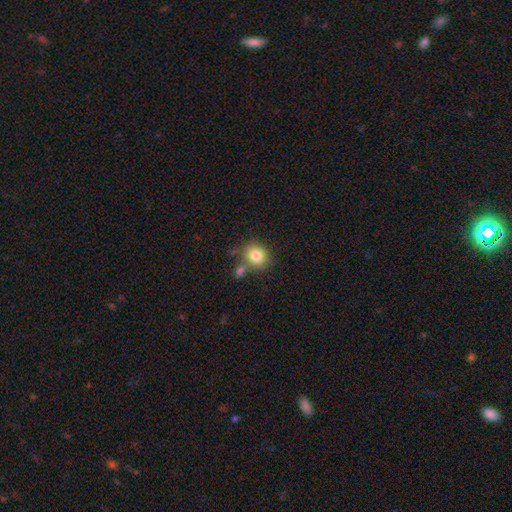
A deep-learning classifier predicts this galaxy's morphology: This appears to be a smooth galaxy with no disk features (82%) that is round (69%). Merging: none (64%).